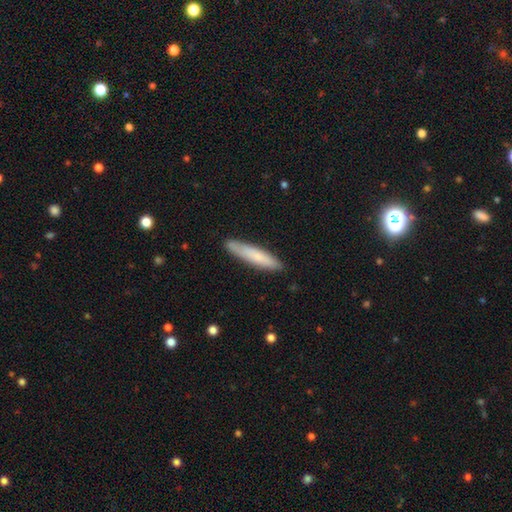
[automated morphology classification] Smooth or featured? Predicted: smooth (p=0.74). How rounded? Predicted: cigar-shaped (p=0.88). Merging? Predicted: none (p=0.86).